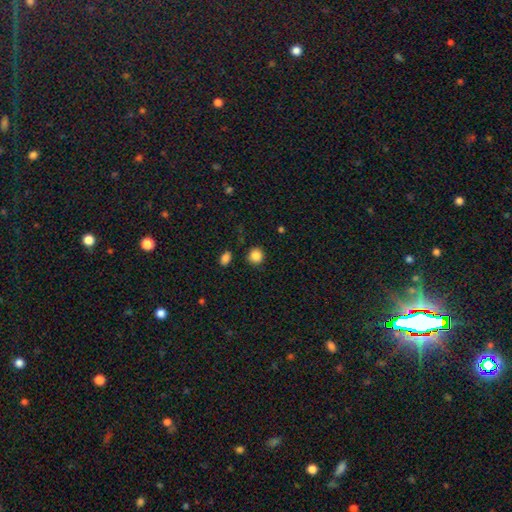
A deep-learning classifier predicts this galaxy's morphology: A smooth galaxy with no disk features (86%) that is round (89%). Merging: none (87%).